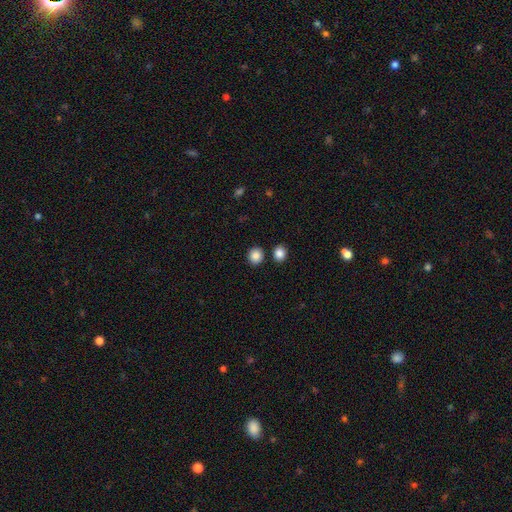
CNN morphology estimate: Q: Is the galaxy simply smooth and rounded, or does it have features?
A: smooth — 87%.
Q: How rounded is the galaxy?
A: round — 83%.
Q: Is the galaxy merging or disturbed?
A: none — 84%.